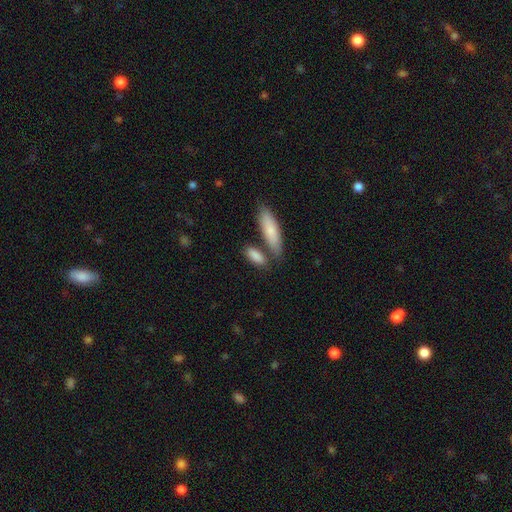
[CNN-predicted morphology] smooth_or_featured: smooth (p=0.85) [alt: featured or disk p=0.10]
how_rounded: in between (p=0.65) [alt: cigar-shaped p=0.31]
merging: none (p=0.62) [alt: merger p=0.21]